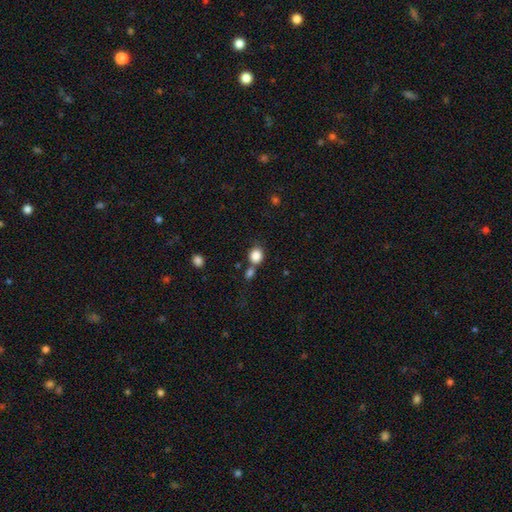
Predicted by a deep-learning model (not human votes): Smooth or featured: smooth — 85% (star or artifact — 10%)
How rounded: round — 72% (in between — 27%)
Merging: none — 58% (merger — 26%)